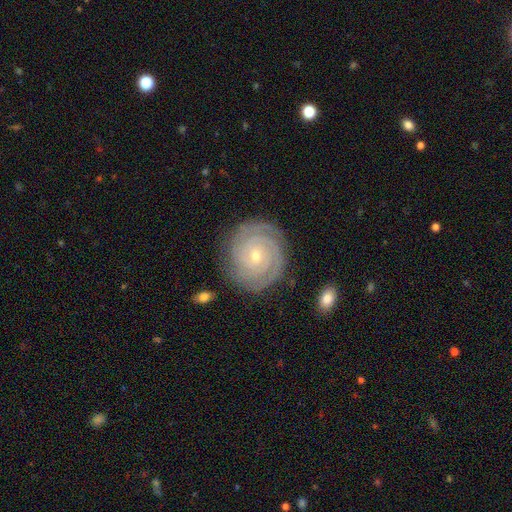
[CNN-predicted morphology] Smooth or featured? Predicted: featured or disk (p=0.88). Edge-on disk? Predicted: no (p=0.98). Bar? Predicted: no (p=0.71). Spiral arms? Predicted: yes (p=0.98). Spiral winding? Predicted: tight (p=0.88). Spiral arm count? Predicted: 2 (p=0.30). Bulge size? Predicted: small (p=0.73). Merging? Predicted: none (p=0.84).